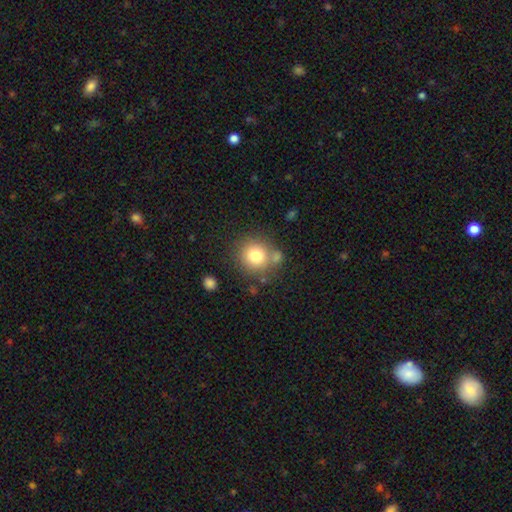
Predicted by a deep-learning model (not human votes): smooth 77%, star or artifact 11%, featured or disk 11%. Down the decision tree: how rounded — round (89%); merging — none (70%).